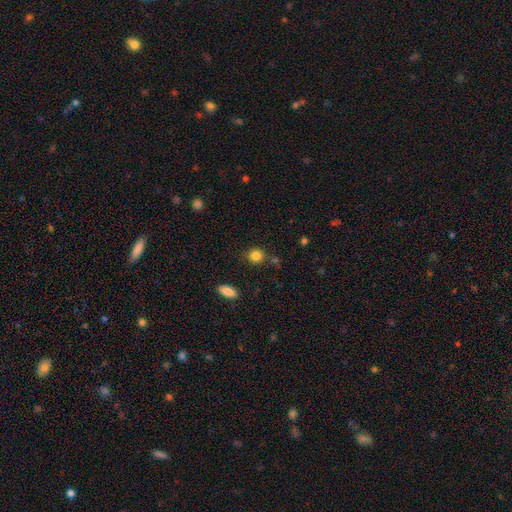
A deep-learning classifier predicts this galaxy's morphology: Smooth or featured: smooth — 84% (star or artifact — 11%)
How rounded: round — 86% (in between — 12%)
Merging: none — 82% (minor disturbance — 10%)